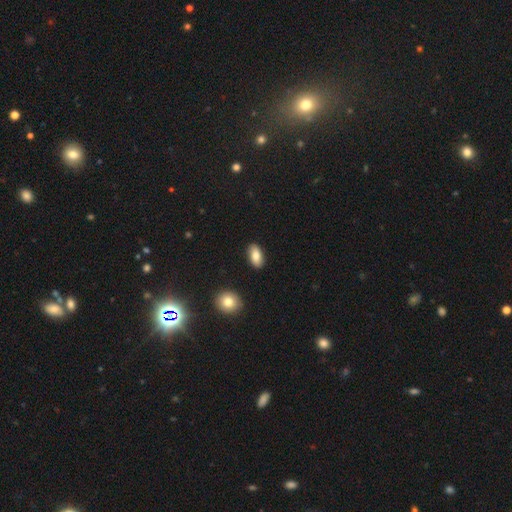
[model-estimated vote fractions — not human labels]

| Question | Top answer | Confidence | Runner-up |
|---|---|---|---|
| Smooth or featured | smooth | 82% | featured or disk (11%) |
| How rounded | in between | 92% | cigar-shaped (5%) |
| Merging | none | 89% | minor disturbance (8%) |